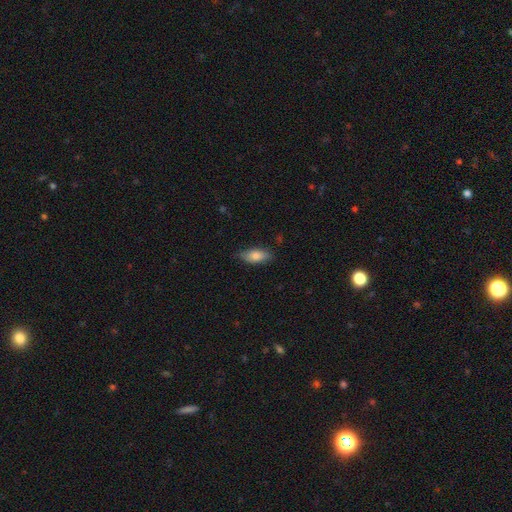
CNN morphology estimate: Overall: smooth (79%). How rounded: in between (84%). Merging: none (79%).